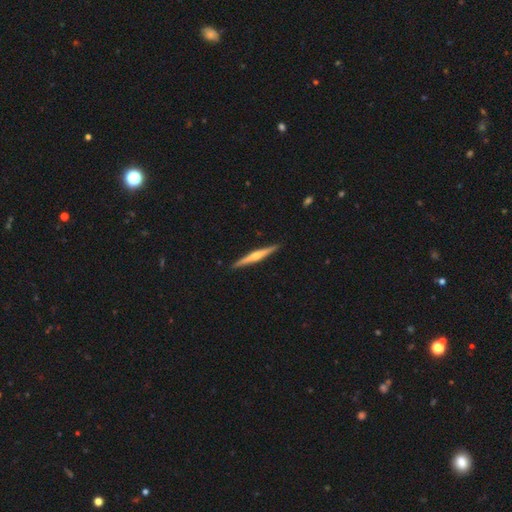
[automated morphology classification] A featured or disk galaxy (69%) viewed edge-on (98%) with a rounded central bulge (79%). Merging: none (92%).